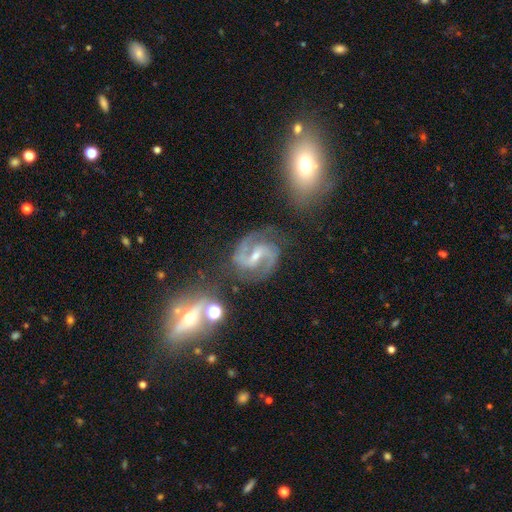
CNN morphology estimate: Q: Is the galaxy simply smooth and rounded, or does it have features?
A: featured or disk — 91%.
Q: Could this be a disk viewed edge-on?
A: no — 98%.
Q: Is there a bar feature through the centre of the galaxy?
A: weak — 43%.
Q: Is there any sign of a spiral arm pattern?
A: yes — 98%.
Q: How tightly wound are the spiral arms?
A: medium — 64%.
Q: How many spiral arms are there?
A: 2 — 94%.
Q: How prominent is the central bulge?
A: small — 58%.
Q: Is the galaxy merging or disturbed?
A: none — 75%.